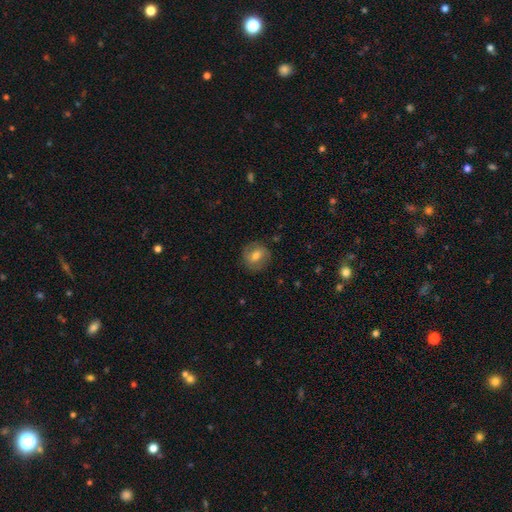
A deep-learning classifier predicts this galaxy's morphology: smooth 55%, featured or disk 36%, star or artifact 9%. Down the decision tree: how rounded — round (76%); merging — none (82%).